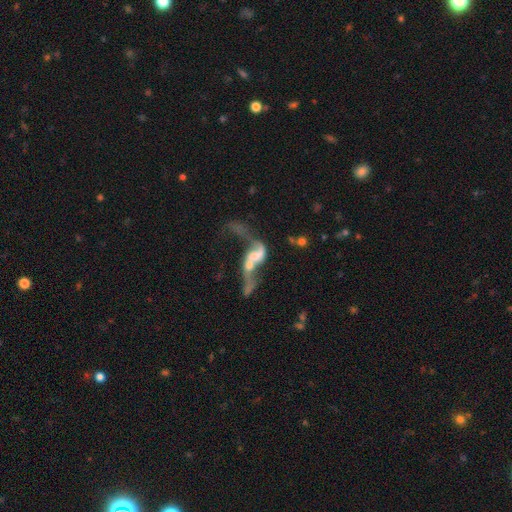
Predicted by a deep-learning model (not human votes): A featured or disk galaxy (71%) with no bar (58%), spiral arms (68%) and a moderate central bulge (32%).

Vote fractions:
- Smooth or featured? featured or disk: 71% / smooth: 20% / star or artifact: 9%
- Edge-on disk? no: 93% / yes: 7%
- Bar? no: 58% / weak: 30% / strong: 11%
- Spiral arms? yes: 68% / no: 32%
- Bulge size? moderate: 32% / none: 26% / small: 24% / large: 15% / dominant: 3%
- Merging? merger: 62% / major disturbance: 21% / none: 11% / minor disturbance: 6%